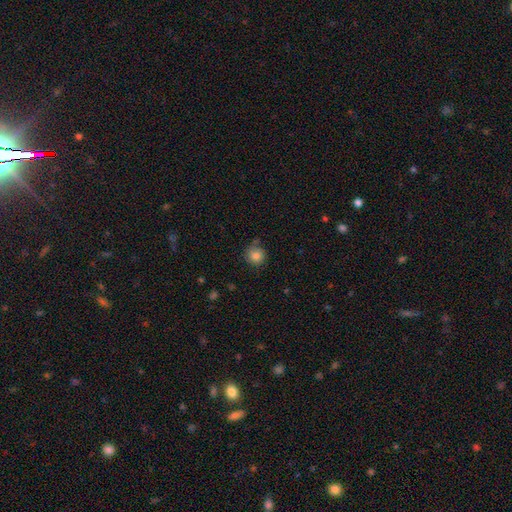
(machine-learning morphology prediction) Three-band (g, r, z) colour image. It shows a smooth galaxy with no disk features (83%) that is round (91%). Merging: none (73%).